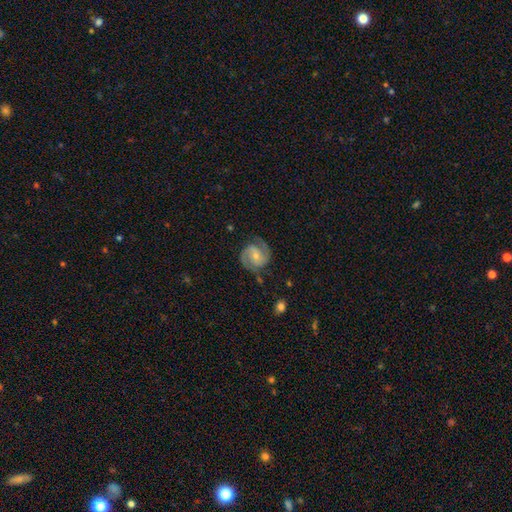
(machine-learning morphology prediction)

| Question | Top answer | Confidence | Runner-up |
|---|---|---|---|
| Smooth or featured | featured or disk | 86% | smooth (9%) |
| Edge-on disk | no | 98% | yes (2%) |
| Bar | weak | 43% | no (42%) |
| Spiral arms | yes | 97% | no (3%) |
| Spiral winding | medium | 51% | tight (36%) |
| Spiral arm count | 2 | 92% | can't tell (3%) |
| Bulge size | small | 59% | moderate (35%) |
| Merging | none | 78% | minor disturbance (14%) |